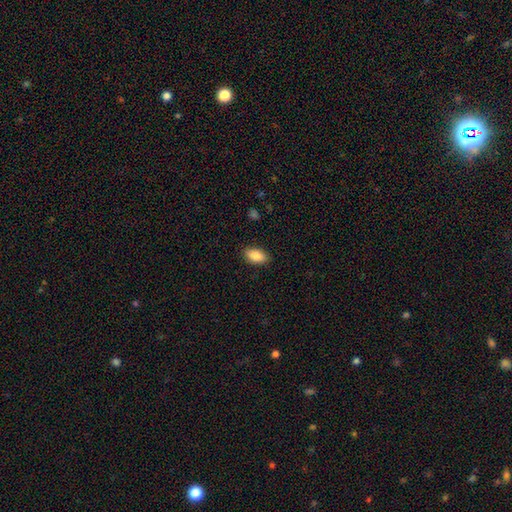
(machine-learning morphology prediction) A smooth galaxy with no disk features (87%) that is in between round and cigar-shaped (92%).

Vote fractions:
- Smooth or featured? smooth: 87% / star or artifact: 7% / featured or disk: 6%
- How rounded? in between: 92% / cigar-shaped: 5% / round: 4%
- Merging? none: 88% / minor disturbance: 9% / major disturbance: 2% / merger: 1%